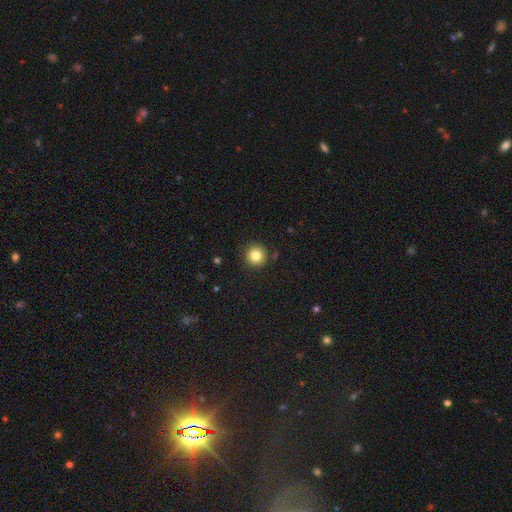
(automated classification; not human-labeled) smooth-or-featured: smooth: 81% | star or artifact: 11% | featured or disk: 7%
  how-rounded: round: 95% | in between: 4% | cigar-shaped: 1%
  merging: none: 91% | minor disturbance: 6% | major disturbance: 2% | merger: 1%